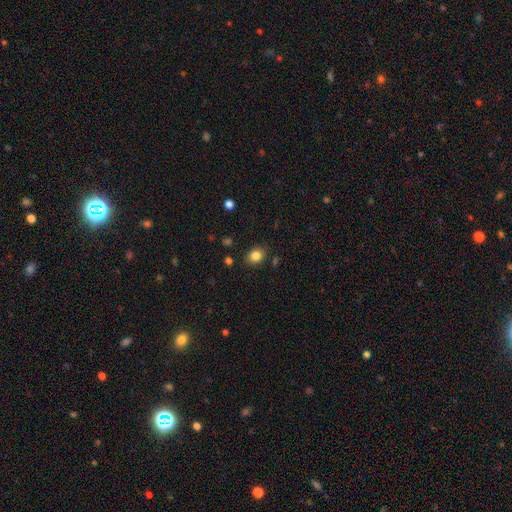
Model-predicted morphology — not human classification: Overall: smooth (84%). How rounded: round (51%; in between 48%). Merging: none (83%).